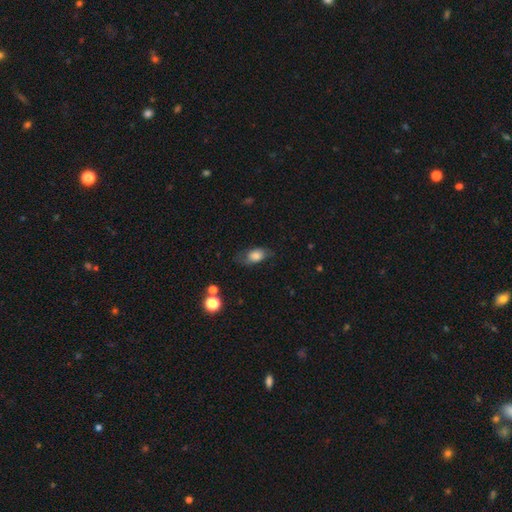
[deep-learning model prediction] The model was most divided on "merging": none: 61%, minor disturbance: 25%, major disturbance: 12%, merger: 2%. More confident: how rounded — in between (84%); smooth or featured — smooth (72%).